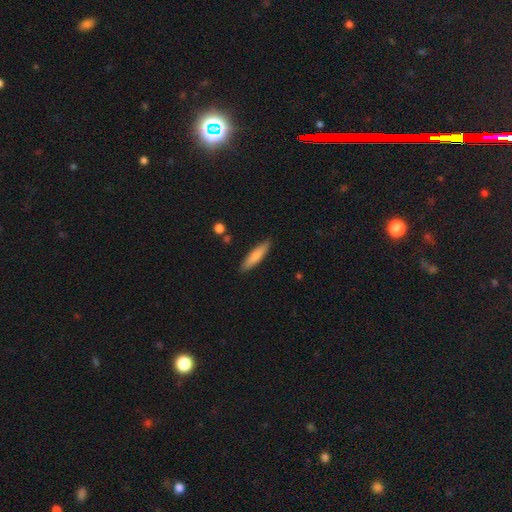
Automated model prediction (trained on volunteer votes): Smooth or featured: smooth — 78% (featured or disk — 17%)
How rounded: cigar-shaped — 79% (in between — 20%)
Merging: none — 88% (minor disturbance — 9%)